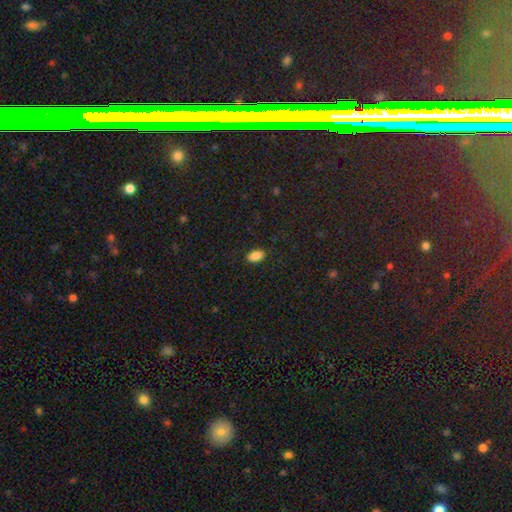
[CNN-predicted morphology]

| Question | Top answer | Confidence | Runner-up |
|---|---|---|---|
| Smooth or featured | smooth | 87% | star or artifact (9%) |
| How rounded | in between | 91% | round (7%) |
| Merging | none | 87% | minor disturbance (10%) |